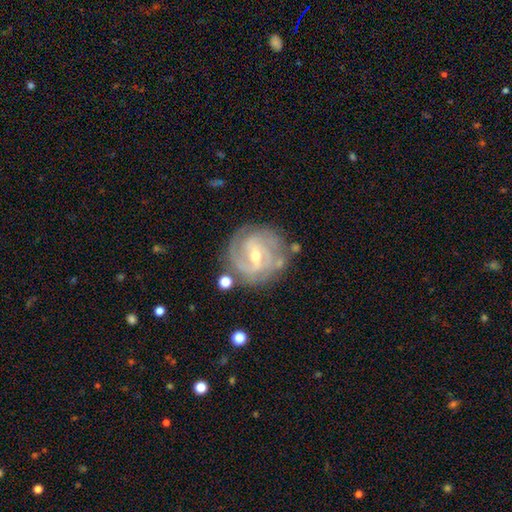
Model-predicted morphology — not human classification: Smooth or featured: featured or disk — 88% (smooth — 7%)
Edge-on disk: no — 97% (yes — 3%)
Bar: weak — 52% (strong — 27%)
Spiral arms: yes — 96% (no — 4%)
Spiral winding: tight — 63% (medium — 31%)
Spiral arm count: 2 — 33% (3 — 30%)
Bulge size: small — 49% (moderate — 47%)
Merging: none — 75% (minor disturbance — 15%)